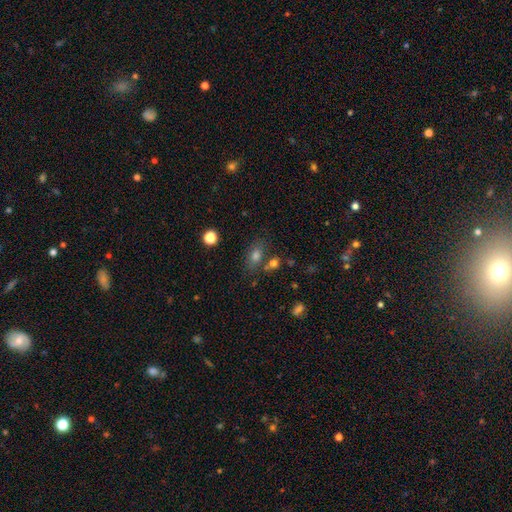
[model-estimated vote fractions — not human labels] This is likely a smooth galaxy (71%). How rounded: likely in between (78%). Merging: likely none (66%).